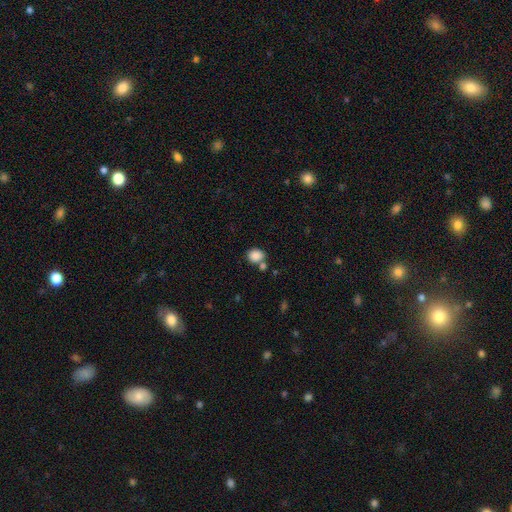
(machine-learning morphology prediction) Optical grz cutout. It shows a smooth galaxy with no disk features (86%) that is round (57%). Merging: none (59%).